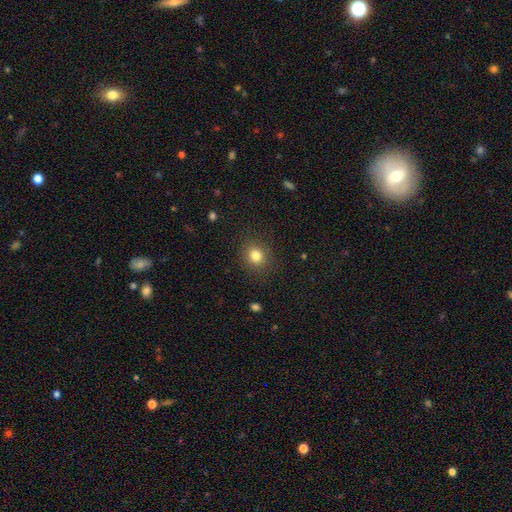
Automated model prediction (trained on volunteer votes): This is clearly a smooth galaxy (82%). How rounded: clearly round (80%). Merging: clearly none (88%).